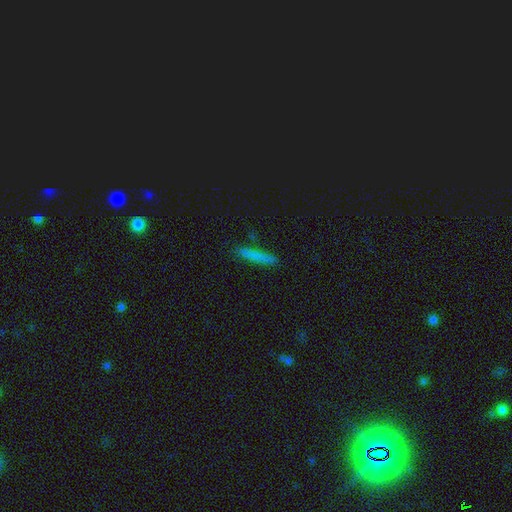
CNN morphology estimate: Smooth or featured: smooth — 78% (featured or disk — 13%)
How rounded: cigar-shaped — 93% (in between — 6%)
Merging: none — 87% (minor disturbance — 9%)